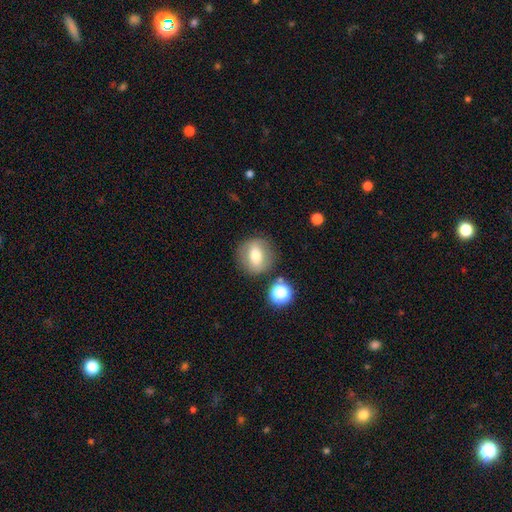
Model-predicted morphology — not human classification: Smooth or featured? smooth (65%)
How rounded? round (79%)
Merging? none (80%)